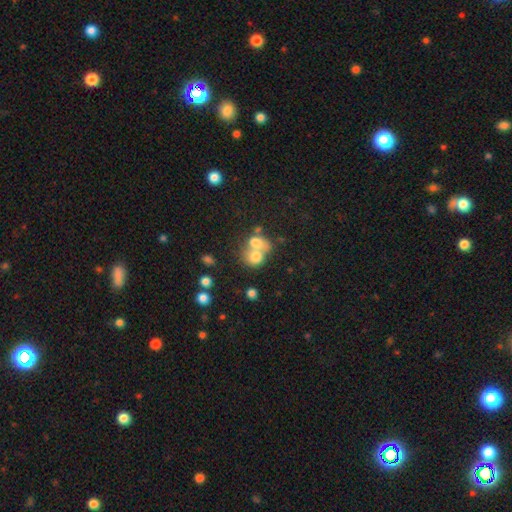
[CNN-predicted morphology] A smooth galaxy with no disk features (70%) that is round (59%). Merging: merger (70%).